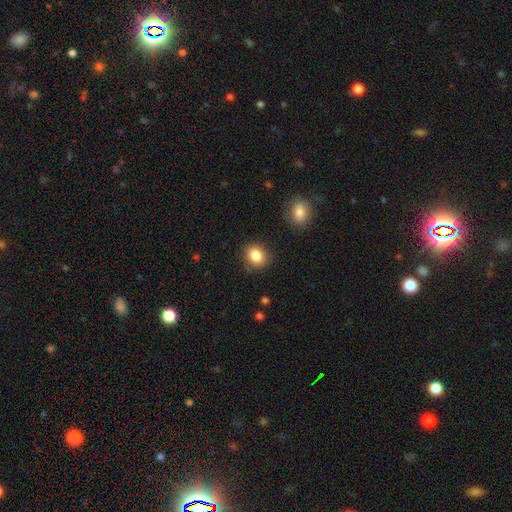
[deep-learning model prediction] A smooth galaxy with no disk features (85%) that is round (66%).

Vote fractions:
- Smooth or featured? smooth: 85% / star or artifact: 10% / featured or disk: 6%
- How rounded? round: 66% / in between: 33% / cigar-shaped: 1%
- Merging? none: 84% / minor disturbance: 11% / major disturbance: 3% / merger: 2%